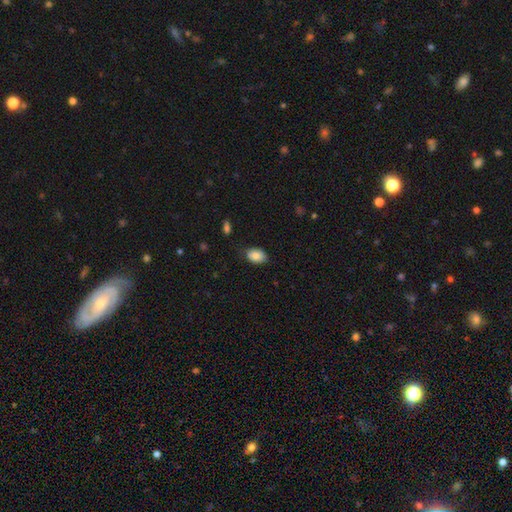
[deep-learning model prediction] Overall: smooth (85%). How rounded: in between (86%). Merging: none (75%).